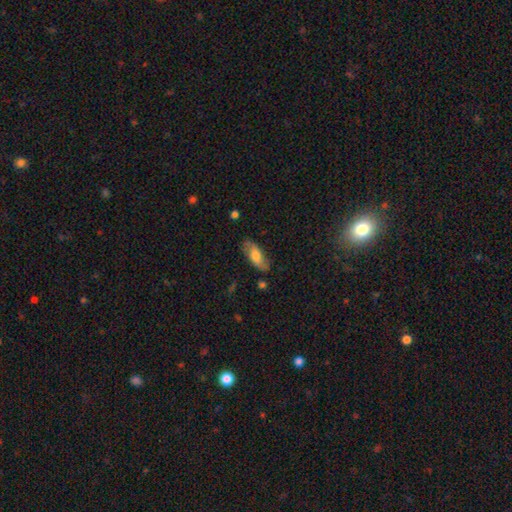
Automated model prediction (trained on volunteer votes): A smooth galaxy with no disk features (52%) that is in between round and cigar-shaped (81%). Merging: none (79%).